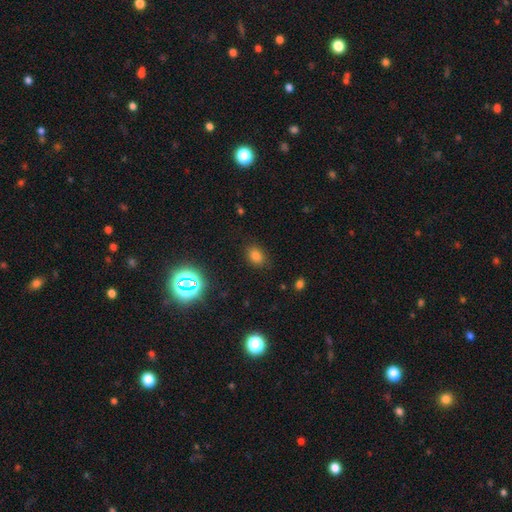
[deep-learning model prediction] A smooth galaxy with no disk features (75%) that is in between round and cigar-shaped (73%).

Vote fractions:
- Smooth or featured? smooth: 75% / star or artifact: 19% / featured or disk: 6%
- How rounded? in between: 73% / round: 25% / cigar-shaped: 1%
- Merging? none: 83% / minor disturbance: 12% / major disturbance: 4% / merger: 1%